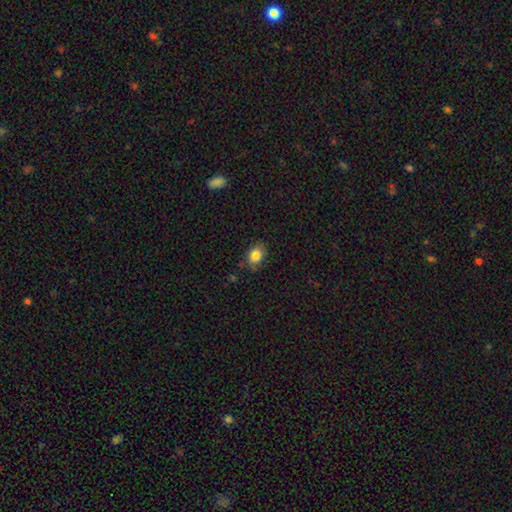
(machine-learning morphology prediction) smooth 84%, star or artifact 9%, featured or disk 7%. Down the decision tree: how rounded — in between (70%); merging — none (79%).